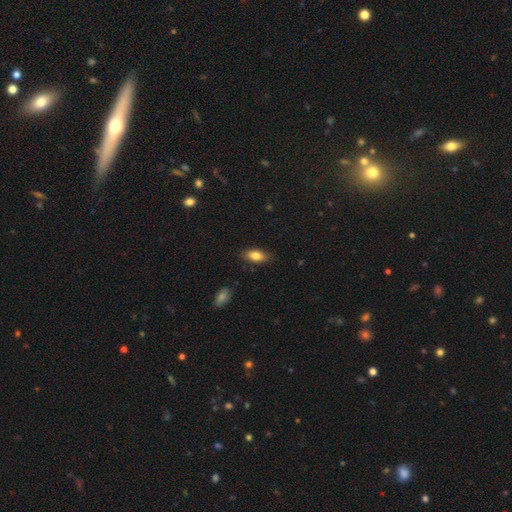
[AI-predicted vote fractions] Smooth or featured? smooth (80%)
How rounded? in between (86%)
Merging? none (84%)